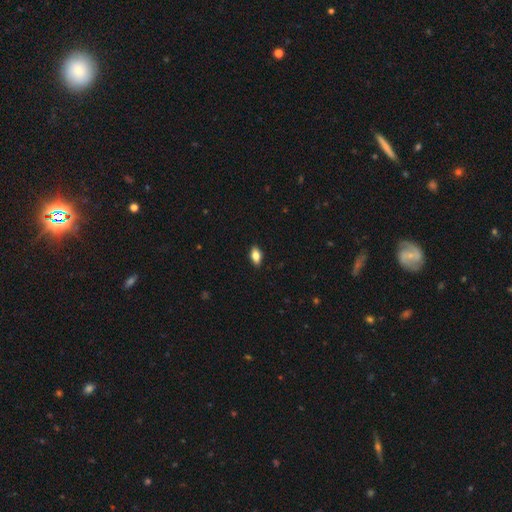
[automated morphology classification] This appears to be a smooth galaxy with no disk features (77%) that is in between round and cigar-shaped (87%). Merging: none (89%).